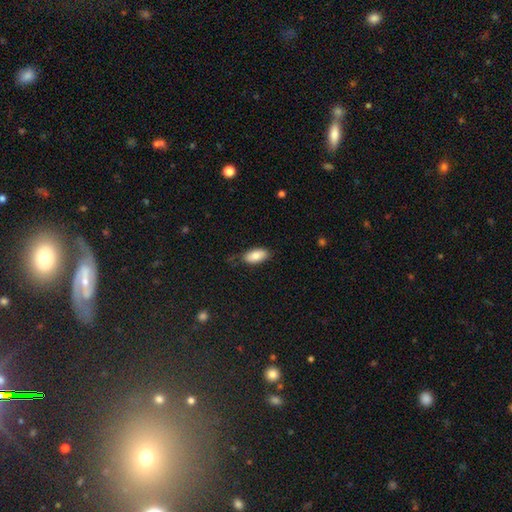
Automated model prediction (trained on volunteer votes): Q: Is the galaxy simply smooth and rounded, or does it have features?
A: smooth — 83%.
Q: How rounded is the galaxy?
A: in between — 92%.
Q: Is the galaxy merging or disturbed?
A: none — 74%.